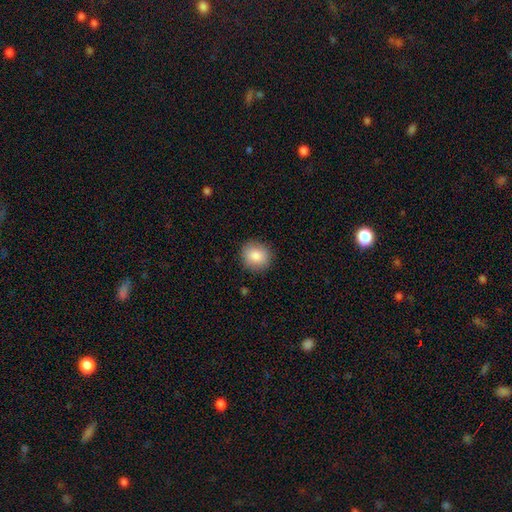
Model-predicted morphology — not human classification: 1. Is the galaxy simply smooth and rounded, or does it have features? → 86% smooth, 8% star or artifact, 6% featured or disk.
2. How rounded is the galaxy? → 85% round, 14% in between, 1% cigar-shaped.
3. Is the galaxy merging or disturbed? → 89% none, 8% minor disturbance, 2% major disturbance, 1% merger.